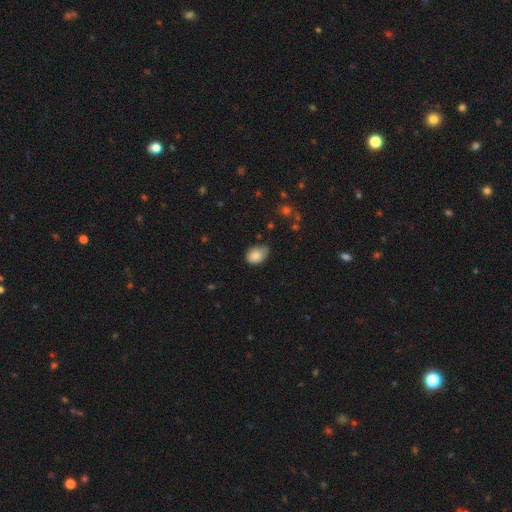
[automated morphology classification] This is clearly a smooth galaxy (83%). How rounded: likely in between (67%). Merging: possibly none (46%).